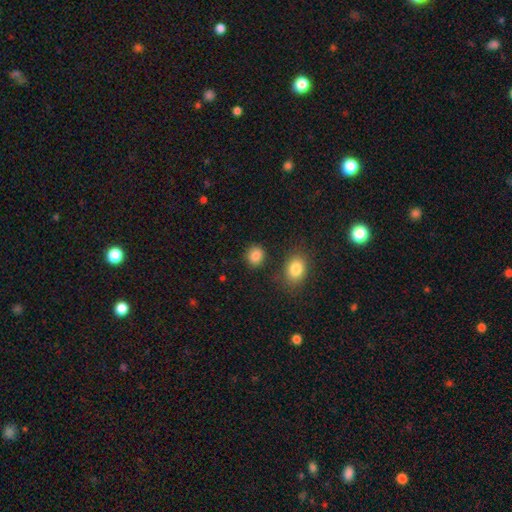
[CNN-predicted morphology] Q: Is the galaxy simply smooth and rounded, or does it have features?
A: smooth — 86%.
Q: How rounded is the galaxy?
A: round — 70%.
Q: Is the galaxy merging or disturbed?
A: none — 83%.